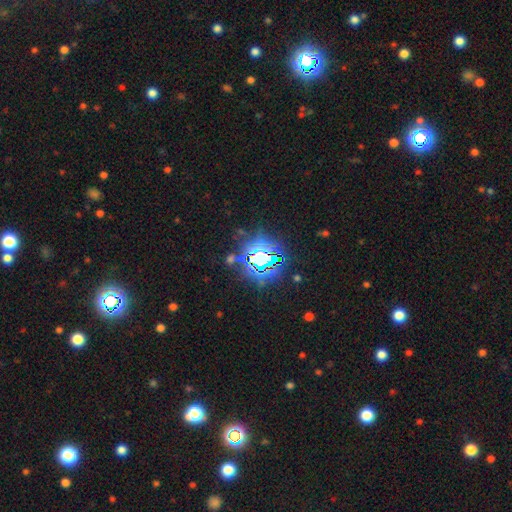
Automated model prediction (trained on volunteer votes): smooth_or_featured: star or artifact (p=0.82) [alt: smooth p=0.11]